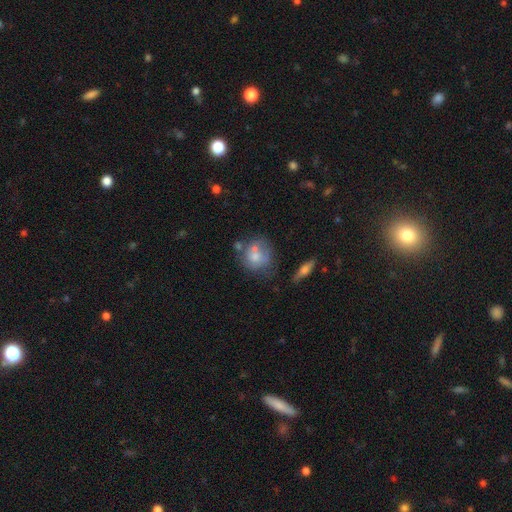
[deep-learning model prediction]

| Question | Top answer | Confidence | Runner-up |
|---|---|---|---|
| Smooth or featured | smooth | 60% | featured or disk (31%) |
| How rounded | round | 73% | in between (26%) |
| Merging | none | 39% | minor disturbance (24%) |